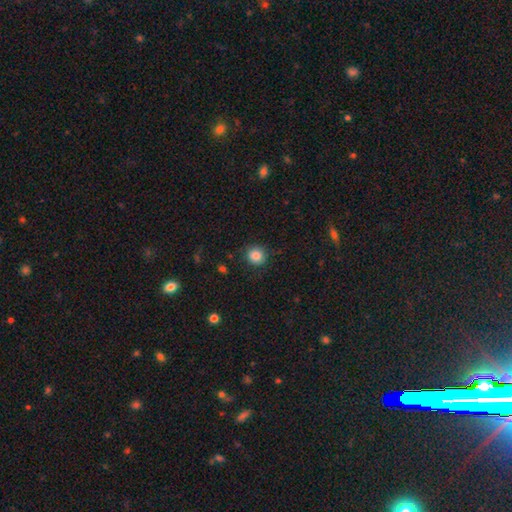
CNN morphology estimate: type=smooth (85%); roundness=round (89%); merging=none (86%).